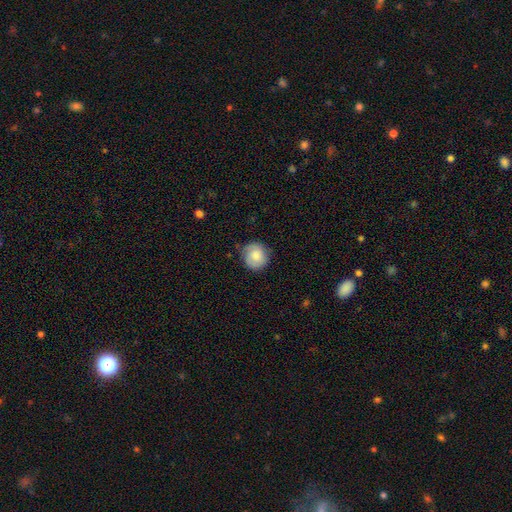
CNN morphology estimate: This is likely a smooth galaxy (75%). How rounded: clearly round (87%). Merging: likely none (75%).